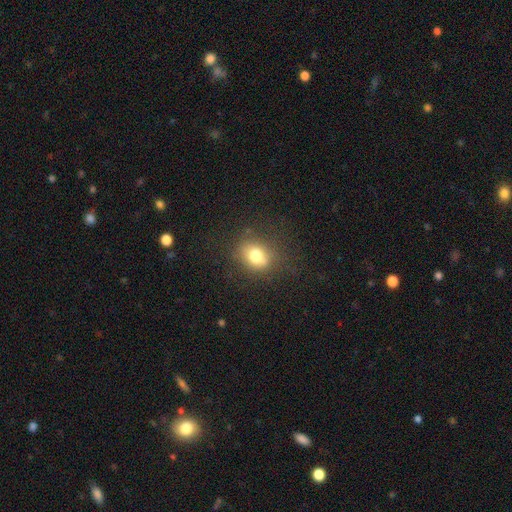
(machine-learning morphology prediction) This is likely a smooth galaxy (74%). How rounded: possibly in between (53%). Merging: likely none (73%).